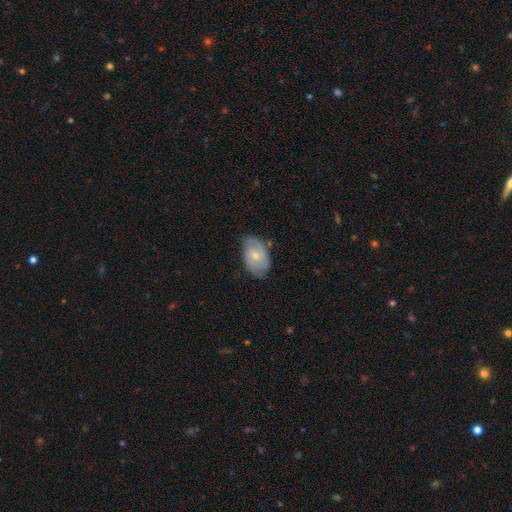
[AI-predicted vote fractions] Q: Smooth or featured?
A: featured or disk (52%); runner-up: smooth (42%)
Q: Edge-on disk?
A: no (95%); runner-up: yes (5%)
Q: Merging?
A: none (72%); runner-up: minor disturbance (22%)